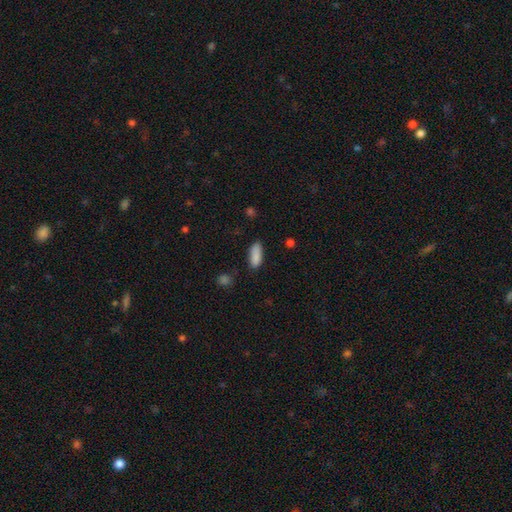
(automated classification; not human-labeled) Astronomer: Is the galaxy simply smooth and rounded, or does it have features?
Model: smooth — 88%.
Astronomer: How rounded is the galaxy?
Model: in between — 73%.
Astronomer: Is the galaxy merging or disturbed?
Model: none — 77%.